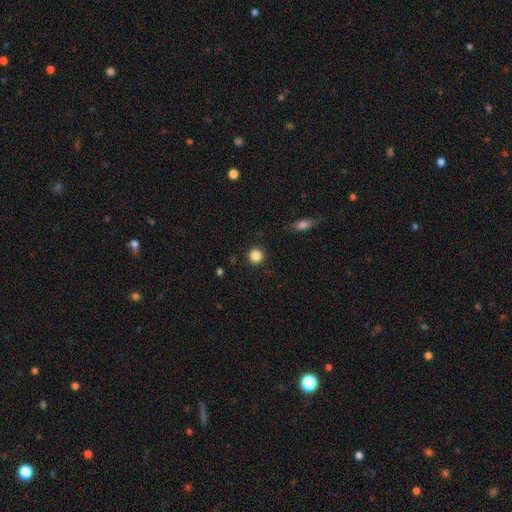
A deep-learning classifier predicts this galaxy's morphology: A smooth galaxy with no disk features (85%) that is round (94%).

Vote fractions:
- Smooth or featured? smooth: 85% / star or artifact: 11% / featured or disk: 4%
- How rounded? round: 94% / in between: 5% / cigar-shaped: 1%
- Merging? none: 92% / minor disturbance: 5% / major disturbance: 2% / merger: 1%